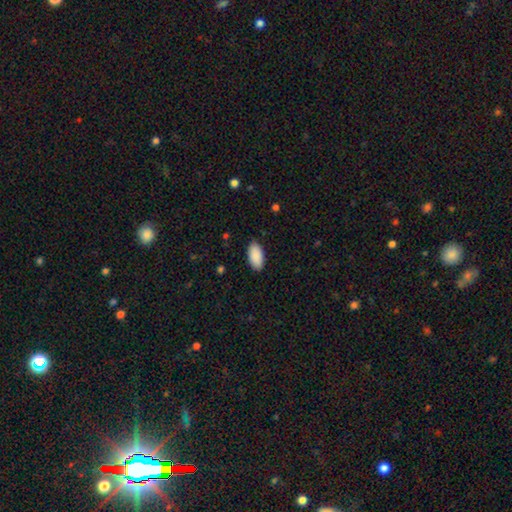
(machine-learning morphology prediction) This appears to be a smooth galaxy with no disk features (91%) that is in between round and cigar-shaped (95%). Merging: none (88%).